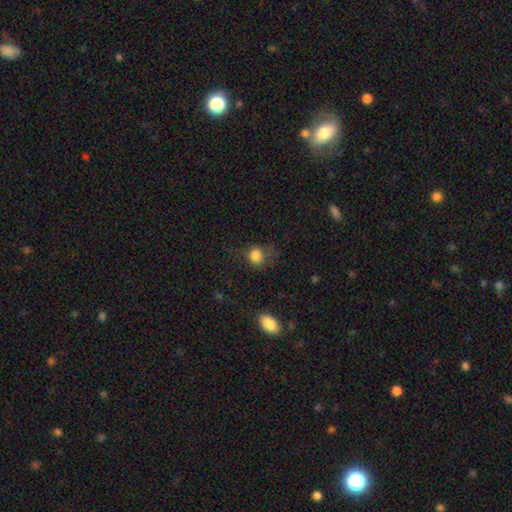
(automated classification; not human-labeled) This is clearly a smooth galaxy (81%). How rounded: likely round (72%). Merging: possibly none (58%).